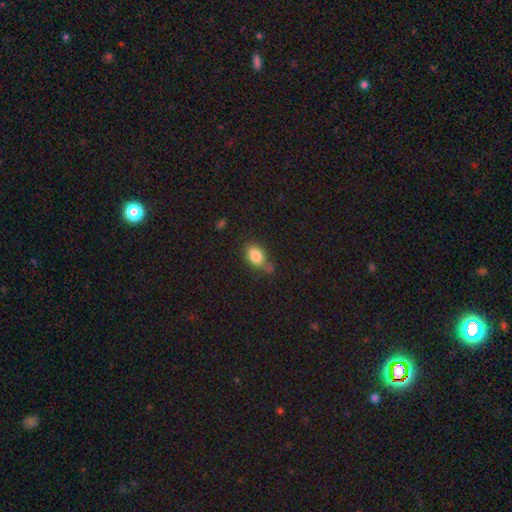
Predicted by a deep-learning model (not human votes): Smooth or featured: smooth — 83% (star or artifact — 9%)
How rounded: in between — 78% (round — 19%)
Merging: none — 47% (minor disturbance — 30%)